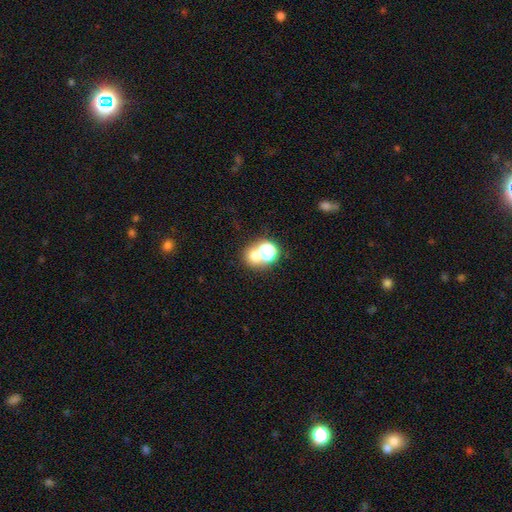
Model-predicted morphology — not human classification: Smooth or featured: smooth — 63% (star or artifact — 25%)
How rounded: round — 77% (in between — 22%)
Merging: none — 47% (merger — 41%)